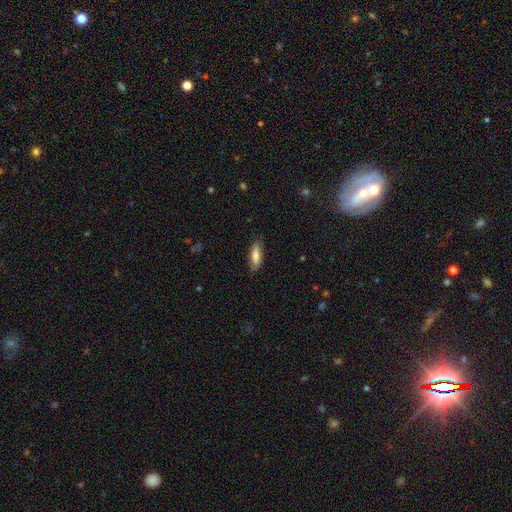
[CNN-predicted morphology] Smooth or featured: smooth — 78% (featured or disk — 15%)
How rounded: in between — 55% (cigar-shaped — 44%)
Merging: none — 82% (minor disturbance — 14%)